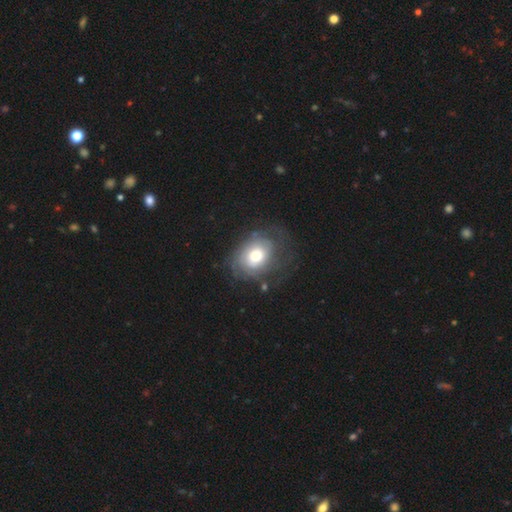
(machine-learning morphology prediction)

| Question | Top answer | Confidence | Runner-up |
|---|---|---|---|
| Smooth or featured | featured or disk | 55% | smooth (37%) |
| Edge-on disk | no | 96% | yes (4%) |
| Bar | no | 83% | weak (14%) |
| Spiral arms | yes | 68% | no (32%) |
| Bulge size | moderate | 59% | large (26%) |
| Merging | none | 59% | minor disturbance (21%) |